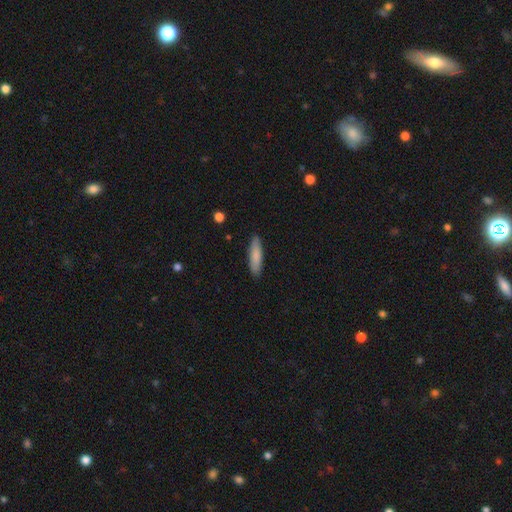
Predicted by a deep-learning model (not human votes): Morphology: type=smooth (82%); roundness=cigar-shaped (75%); merging=none (88%).